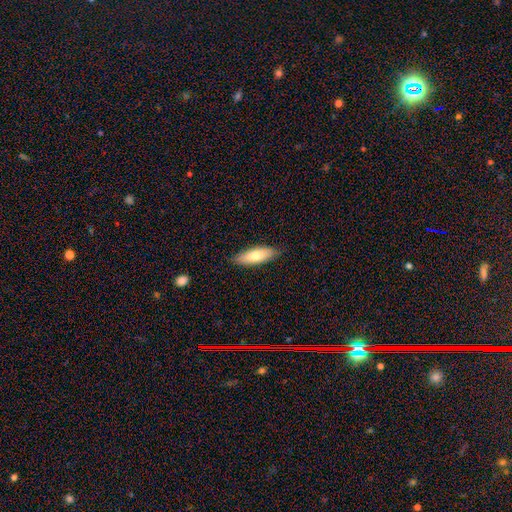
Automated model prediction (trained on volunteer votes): Smooth or featured? Predicted: smooth (p=0.71). How rounded? Predicted: in between (p=0.54). Merging? Predicted: none (p=0.85).